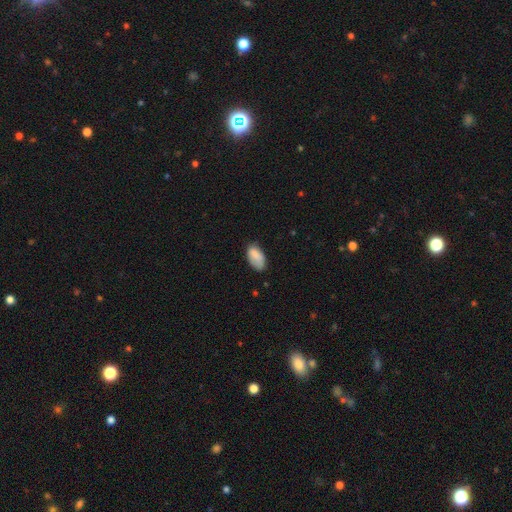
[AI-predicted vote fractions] smooth-or-featured: smooth: 83% | featured or disk: 9% | star or artifact: 7%
  how-rounded: in between: 94% | round: 3% | cigar-shaped: 3%
  merging: none: 64% | minor disturbance: 28% | major disturbance: 6% | merger: 2%